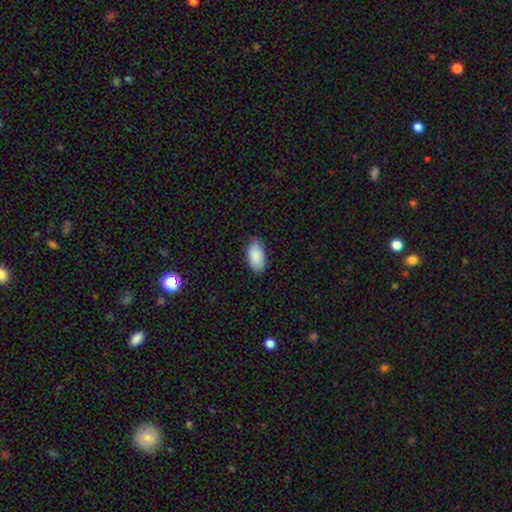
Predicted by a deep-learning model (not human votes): smooth_or_featured: smooth (p=0.89) [alt: star or artifact p=0.06]
how_rounded: in between (p=0.95) [alt: round p=0.03]
merging: none (p=0.82) [alt: minor disturbance p=0.15]